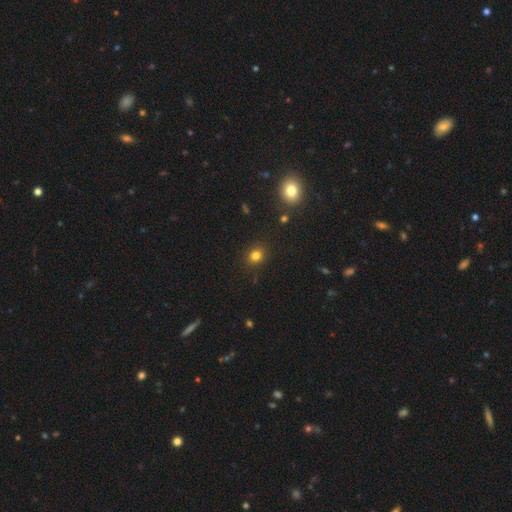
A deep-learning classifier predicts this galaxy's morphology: A smooth galaxy with no disk features (80%) that is round (76%).

Vote fractions:
- Smooth or featured? smooth: 80% / star or artifact: 15% / featured or disk: 6%
- How rounded? round: 76% / in between: 23% / cigar-shaped: 1%
- Merging? none: 88% / minor disturbance: 8% / major disturbance: 2% / merger: 2%